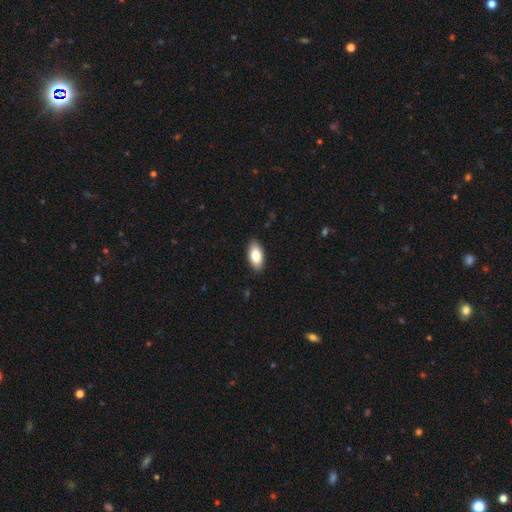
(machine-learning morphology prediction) A smooth galaxy with no disk features (83%) that is in between round and cigar-shaped (92%). Merging: none (89%).